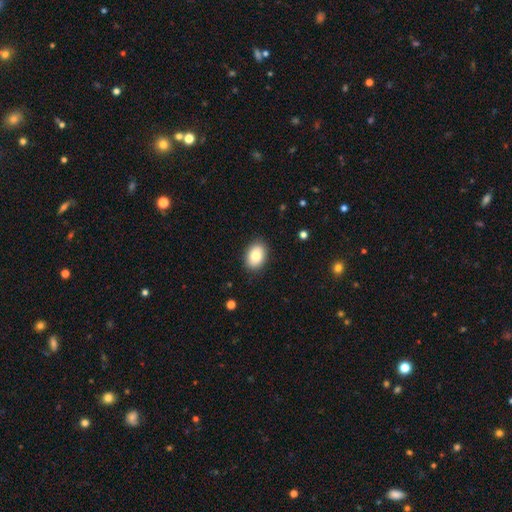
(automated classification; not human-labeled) This appears to be a smooth galaxy with no disk features (81%) that is in between round and cigar-shaped (80%). Merging: none (87%).